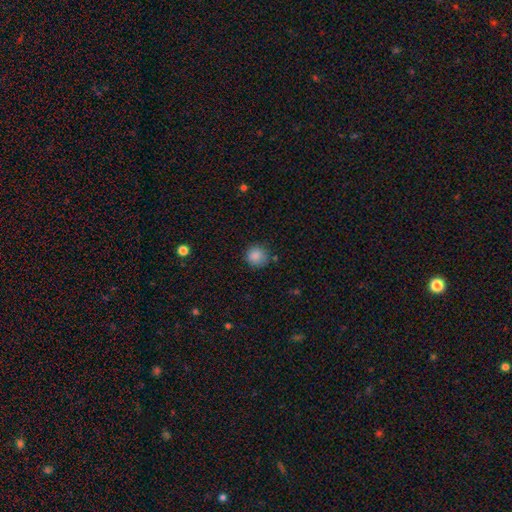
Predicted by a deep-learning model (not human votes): Smooth or featured: smooth — 87% (star or artifact — 9%)
How rounded: round — 92% (in between — 7%)
Merging: none — 82% (minor disturbance — 12%)